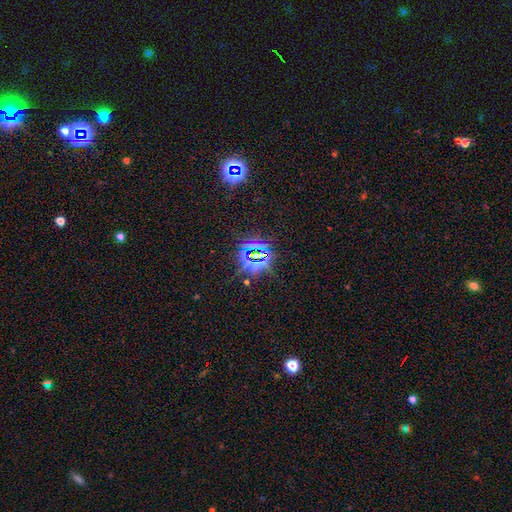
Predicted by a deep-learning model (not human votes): This appears to be a star or artifact, not a galaxy (80%).